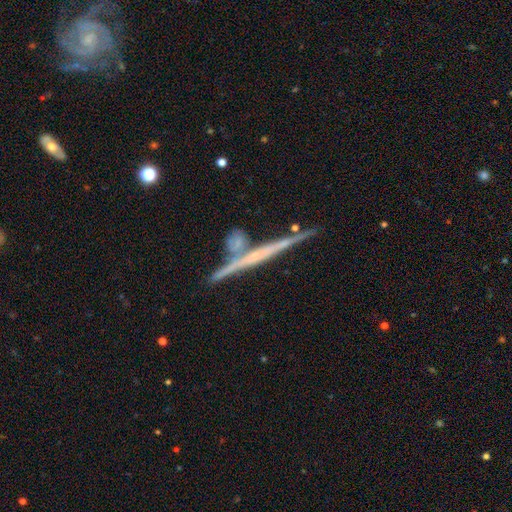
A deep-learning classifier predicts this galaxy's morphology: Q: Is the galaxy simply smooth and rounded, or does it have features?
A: featured or disk — 69%.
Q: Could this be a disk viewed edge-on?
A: yes — 97%.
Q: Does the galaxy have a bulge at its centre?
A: none — 73%.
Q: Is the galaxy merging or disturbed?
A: none — 71%.